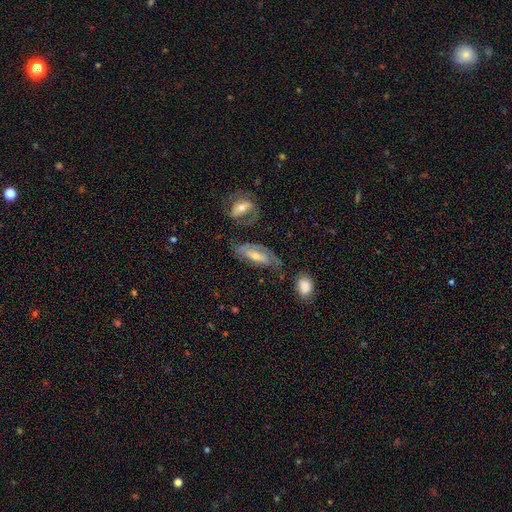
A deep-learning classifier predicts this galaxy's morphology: Smooth or featured?
  - featured or disk: 63% *
  - smooth: 29%
  - star or artifact: 8%
Edge-on disk?
  - no: 81% *
  - yes: 19%
Bar?
  - no: 40% *
  - weak: 32%
  - strong: 28%
Spiral arms?
  - yes: 75% *
  - no: 25%
Bulge size?
  - moderate: 52% *
  - small: 41%
  - large: 4%
  - none: 2%
  - dominant: 1%
Merging?
  - none: 52% *
  - minor disturbance: 25%
  - major disturbance: 17%
  - merger: 7%